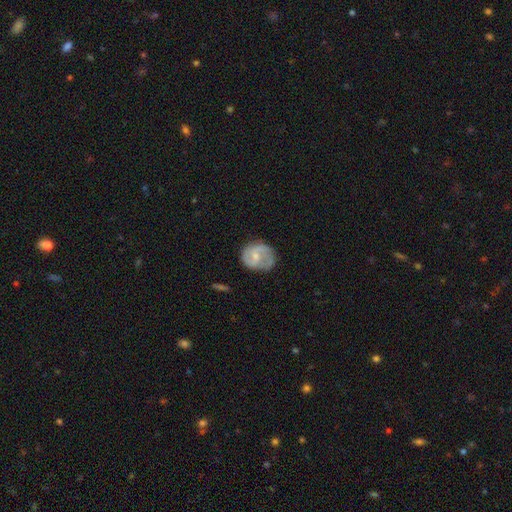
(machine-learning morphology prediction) Smooth or featured: featured or disk — 64% (smooth — 30%)
Edge-on disk: no — 98% (yes — 2%)
Bar: weak — 46% (tied with no — 46%)
Spiral arms: yes — 87% (no — 13%)
Spiral winding: medium — 48% (tight — 28%)
Spiral arm count: 2 — 73% (can't tell — 14%)
Bulge size: small — 54% (moderate — 37%)
Merging: none — 64% (minor disturbance — 25%)